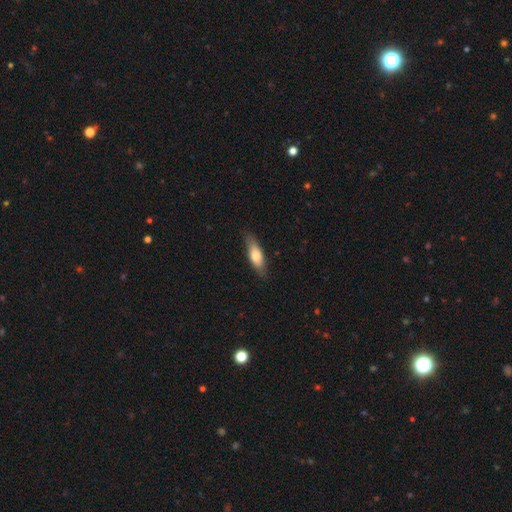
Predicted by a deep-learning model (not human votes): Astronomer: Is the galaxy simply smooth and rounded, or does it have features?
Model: smooth — 71%.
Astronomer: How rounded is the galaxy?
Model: in between — 51% (runner-up: cigar-shaped, 46%).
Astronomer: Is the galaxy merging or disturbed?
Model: none — 82%.